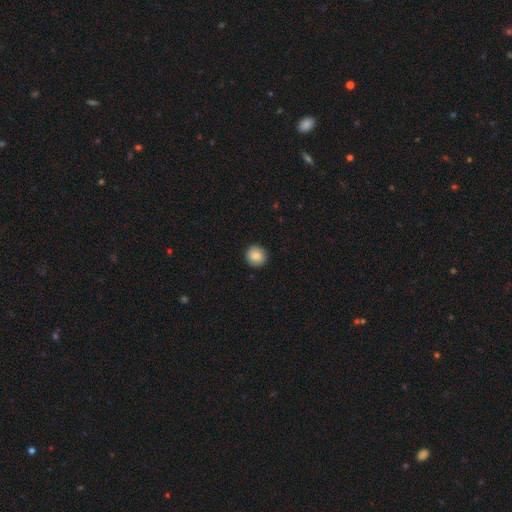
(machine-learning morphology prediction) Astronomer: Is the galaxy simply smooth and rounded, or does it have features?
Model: smooth — 86%.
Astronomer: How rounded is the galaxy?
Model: round — 95%.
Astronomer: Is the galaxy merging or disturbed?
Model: none — 92%.